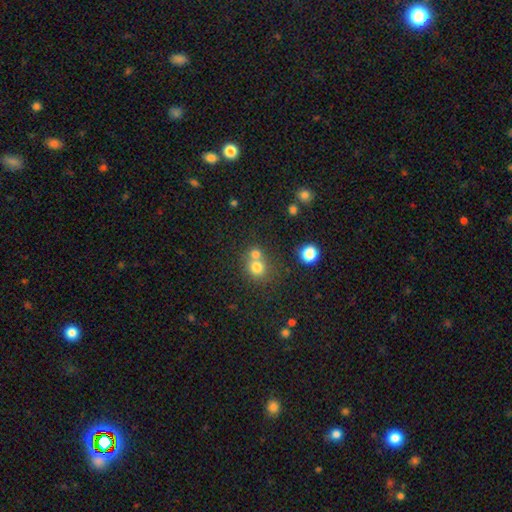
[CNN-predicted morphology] Smooth or featured? Predicted: smooth (p=0.72). How rounded? Predicted: round (p=0.85). Merging? Predicted: none (p=0.47).